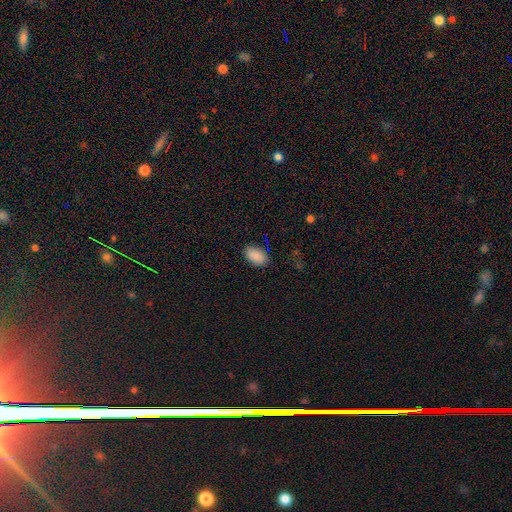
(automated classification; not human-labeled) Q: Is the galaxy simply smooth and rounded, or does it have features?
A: smooth — 88%.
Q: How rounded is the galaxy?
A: in between — 91%.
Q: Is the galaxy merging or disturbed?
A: none — 82%.